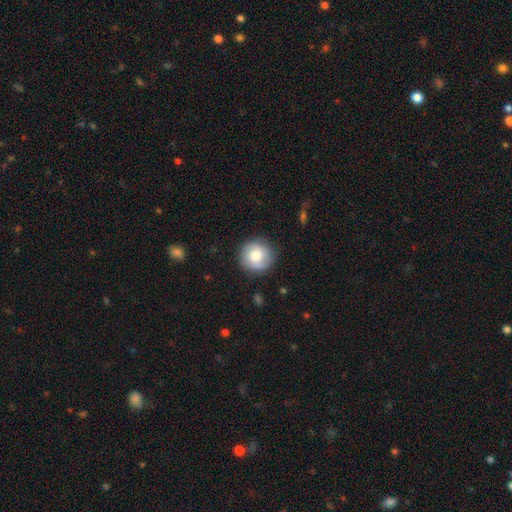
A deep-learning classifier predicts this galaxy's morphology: A smooth galaxy with no disk features (69%) that is round (93%).

Vote fractions:
- Smooth or featured? smooth: 69% / featured or disk: 23% / star or artifact: 7%
- How rounded? round: 93% / in between: 6% / cigar-shaped: 1%
- Merging? none: 84% / minor disturbance: 11% / major disturbance: 3% / merger: 1%